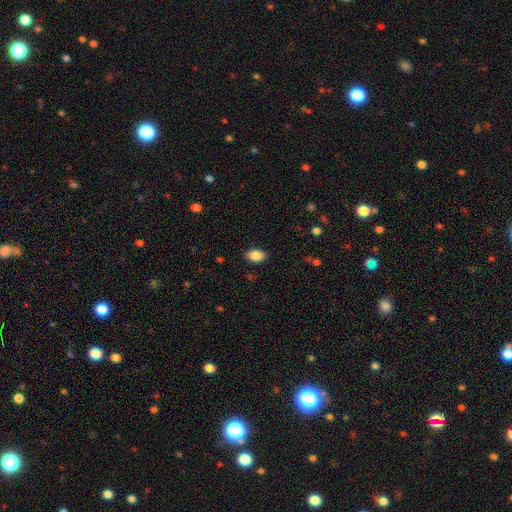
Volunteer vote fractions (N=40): This is clearly a smooth galaxy (92%). How rounded: clearly in between (89%). Merging: clearly none (97%).